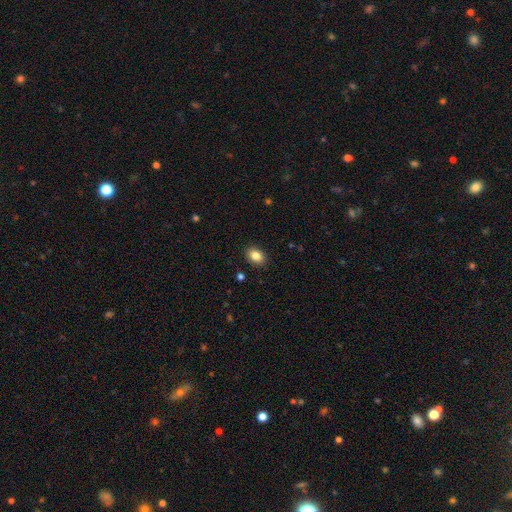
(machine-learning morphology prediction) A smooth galaxy with no disk features (85%) that is in between round and cigar-shaped (75%). Merging: none (89%).